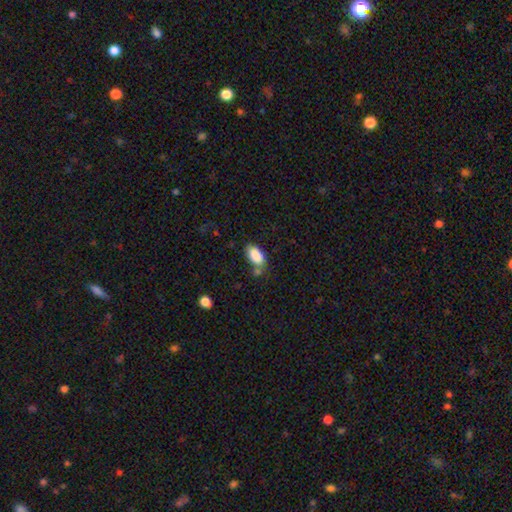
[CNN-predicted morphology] Smooth or featured? smooth (87%)
How rounded? in between (92%)
Merging? none (62%)